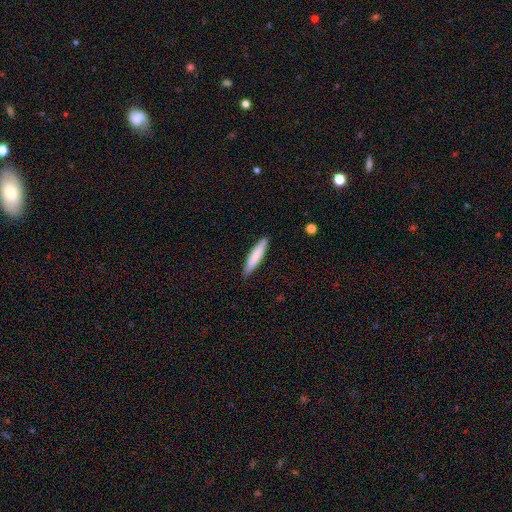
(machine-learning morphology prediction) Overall: smooth (79%). How rounded: cigar-shaped (86%). Merging: none (88%).